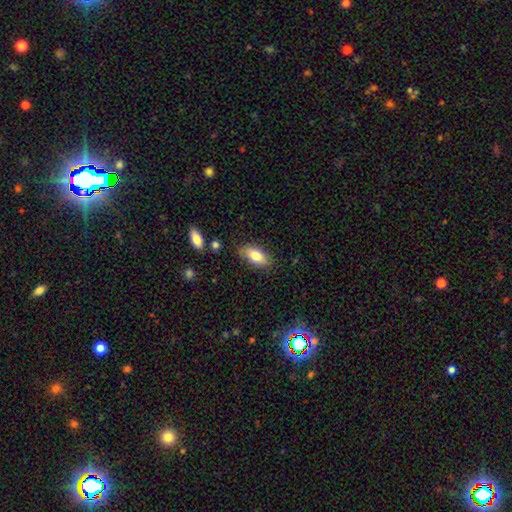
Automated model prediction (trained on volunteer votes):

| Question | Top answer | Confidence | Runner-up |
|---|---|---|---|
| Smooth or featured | smooth | 79% | featured or disk (14%) |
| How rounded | in between | 88% | cigar-shaped (9%) |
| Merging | none | 81% | minor disturbance (14%) |